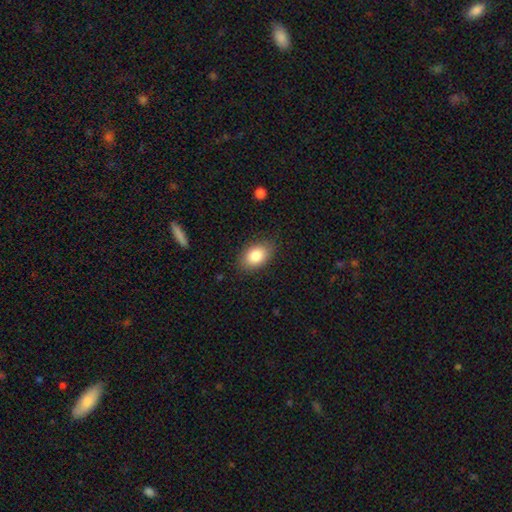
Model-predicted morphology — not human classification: The model was most divided on "merging": none: 84%, minor disturbance: 12%, major disturbance: 3%, merger: 1%. More confident: how rounded — in between (86%); smooth or featured — smooth (85%).